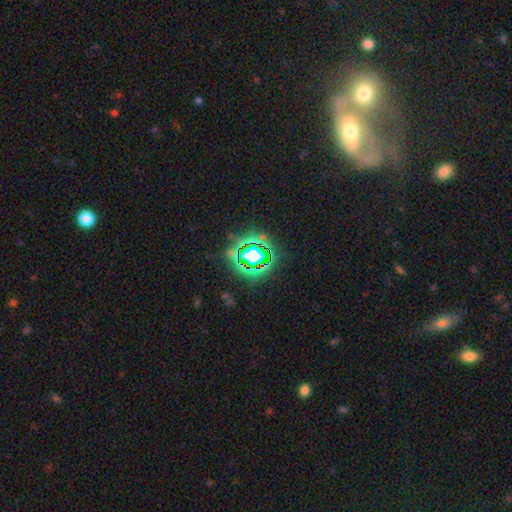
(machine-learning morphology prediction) Smooth or featured? star or artifact (73%)